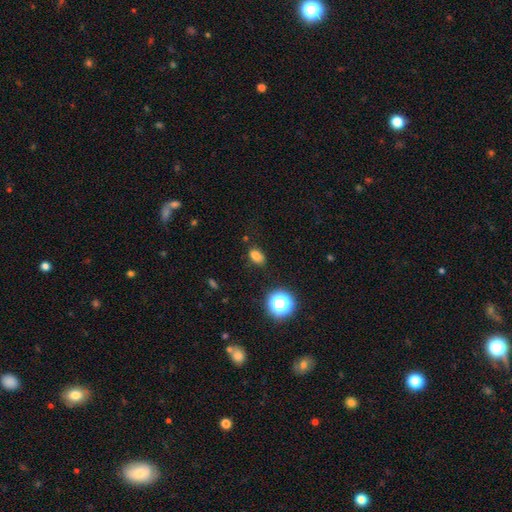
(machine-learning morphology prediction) smooth 77%, star or artifact 17%, featured or disk 6%. Down the decision tree: how rounded — in between (80%); merging — none (81%).